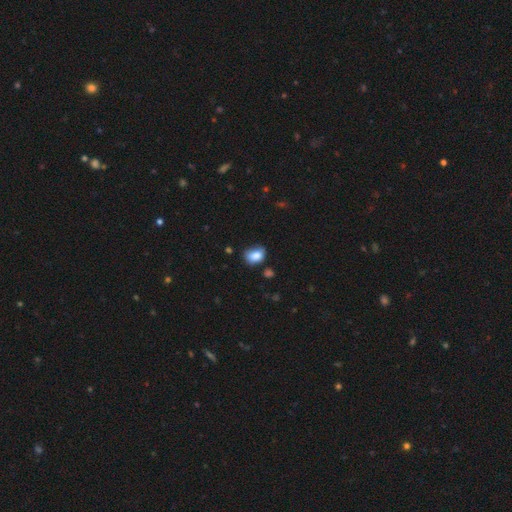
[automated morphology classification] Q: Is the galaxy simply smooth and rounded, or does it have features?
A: smooth — 82%.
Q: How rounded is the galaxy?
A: in between — 65%.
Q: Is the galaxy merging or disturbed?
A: none — 51%.